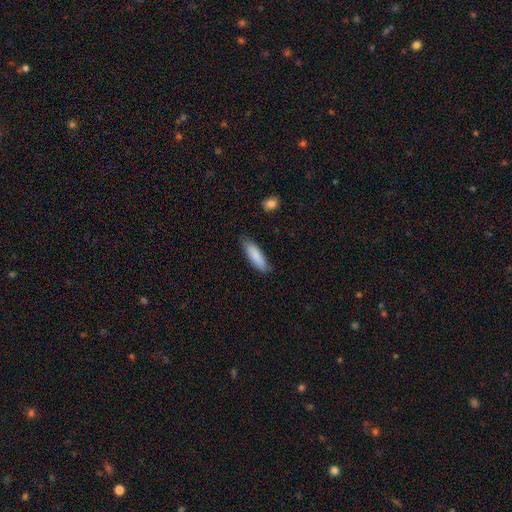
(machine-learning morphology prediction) smooth 86%, featured or disk 8%, star or artifact 6%. Down the decision tree: how rounded — cigar-shaped (57%); merging — none (80%).